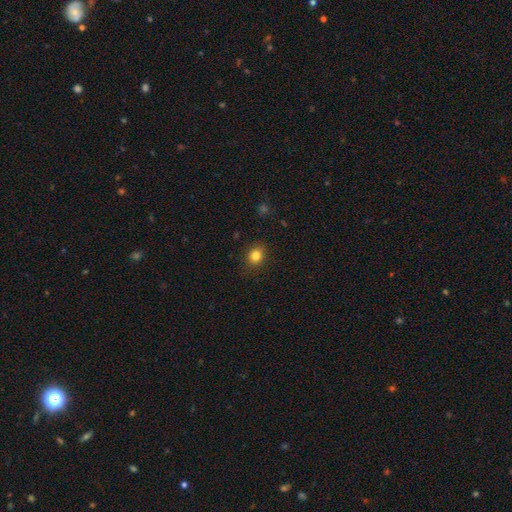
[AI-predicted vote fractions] Smooth or featured? smooth (82%)
How rounded? round (71%)
Merging? none (89%)